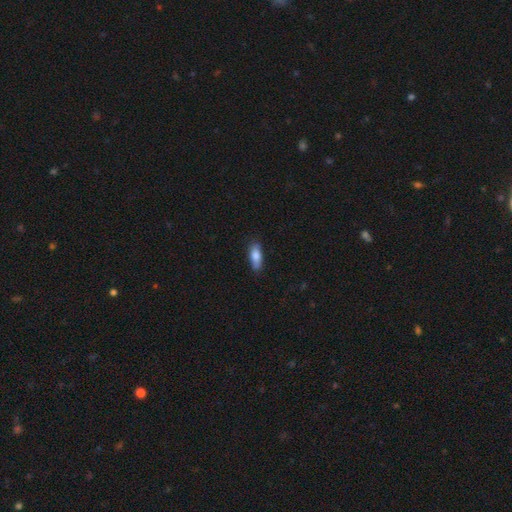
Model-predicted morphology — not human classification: The model was most divided on "how rounded": in between: 70%, cigar-shaped: 28%, round: 3%. More confident: smooth or featured — smooth (80%); merging — none (77%).